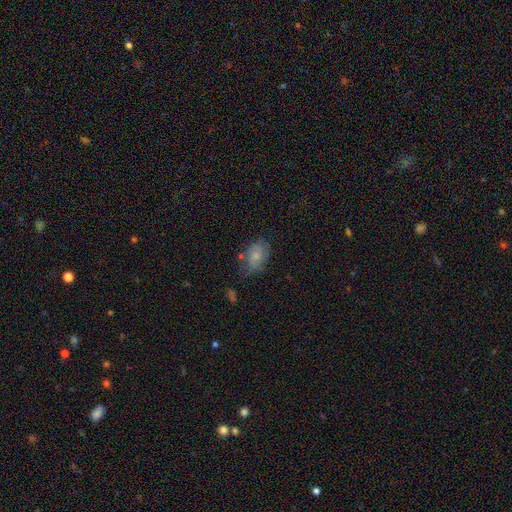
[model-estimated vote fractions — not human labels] The model was most divided on "merging": none: 54%, minor disturbance: 29%, major disturbance: 11%, merger: 6%. More confident: how rounded — in between (85%); smooth or featured — smooth (72%).